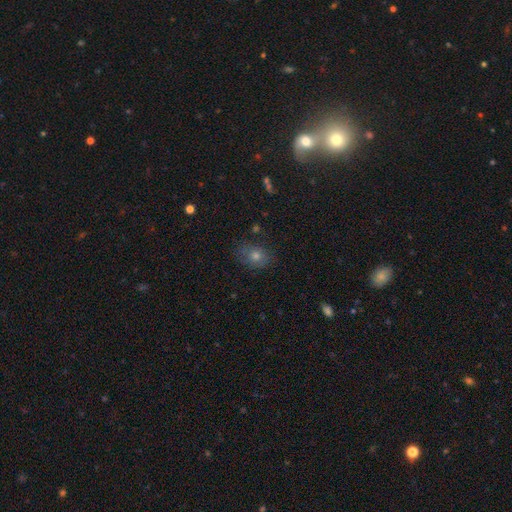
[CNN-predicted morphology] This appears to be a smooth galaxy with no disk features (61%) that is round (50%). Merging: none (77%).